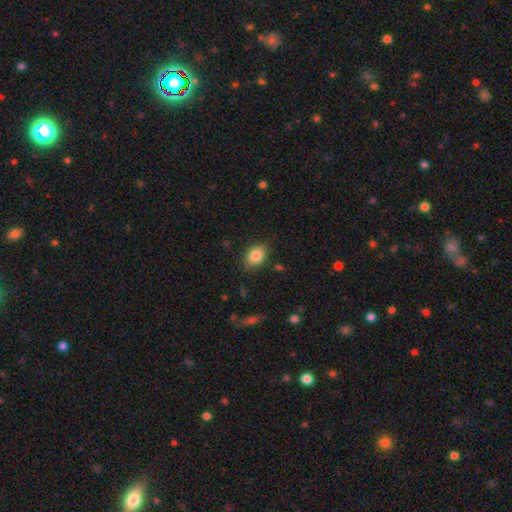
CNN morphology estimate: The model was most divided on "how rounded": in between: 77%, round: 22%, cigar-shaped: 1%. More confident: smooth or featured — smooth (85%); merging — none (81%).